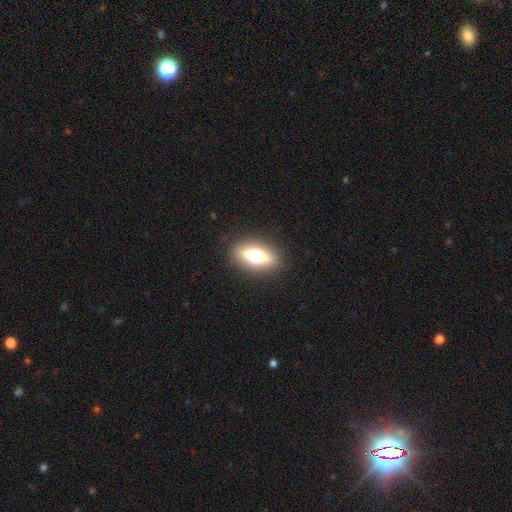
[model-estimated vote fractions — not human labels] Overall: smooth (54%; featured or disk 37%). How rounded: in between (71%). Merging: none (88%).